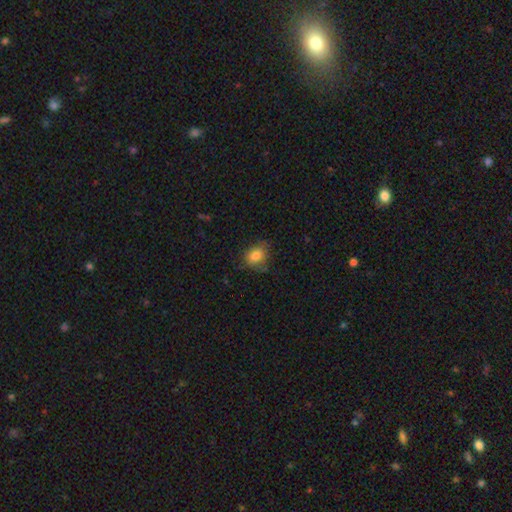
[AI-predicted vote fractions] This is clearly a smooth galaxy (80%). How rounded: possibly round (55%). Merging: likely none (67%).